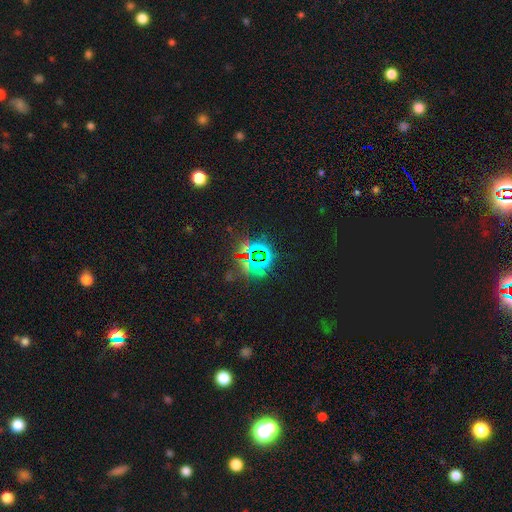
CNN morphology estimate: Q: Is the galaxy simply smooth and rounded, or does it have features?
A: star or artifact — 80%.